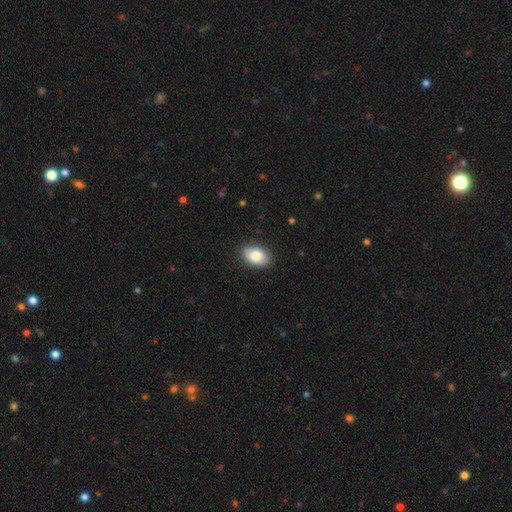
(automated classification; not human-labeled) Smooth or featured? smooth (82%)
How rounded? in between (88%)
Merging? none (85%)